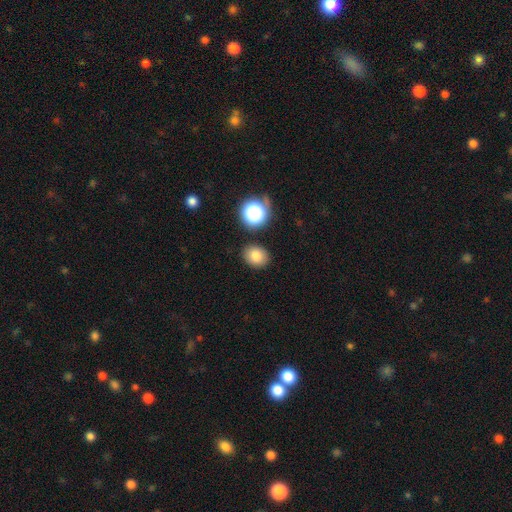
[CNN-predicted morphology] This appears to be a smooth galaxy with no disk features (78%) that is round (54%). Merging: none (85%).